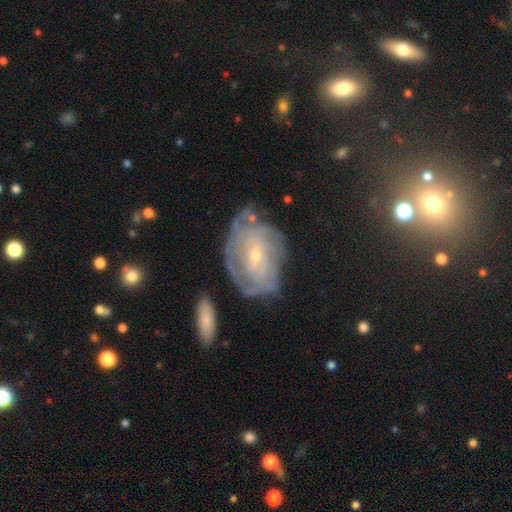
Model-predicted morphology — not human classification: smooth_or_featured: featured or disk (p=0.78) [alt: smooth p=0.14]
disk_edge_on: no (p=0.96) [alt: yes p=0.04]
bar: no (p=0.54) [alt: weak p=0.36]
has_spiral_arms: yes (p=0.85) [alt: no p=0.15]
spiral_winding: tight (p=0.69) [alt: medium p=0.23]
spiral_arm_count: can't tell (p=0.55) [alt: 2 p=0.13]
bulge_size: small (p=0.74) [alt: moderate p=0.23]
merging: none (p=0.61) [alt: minor disturbance p=0.23]